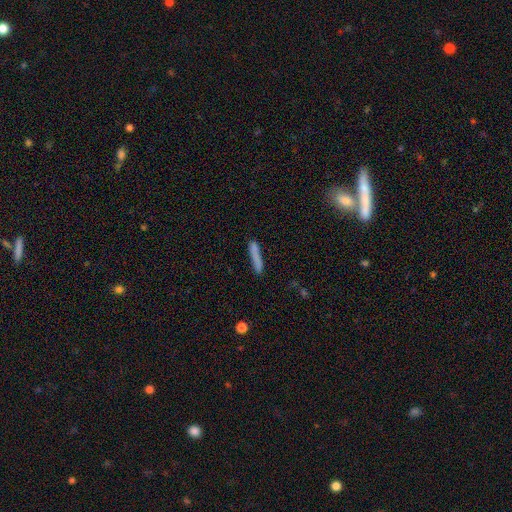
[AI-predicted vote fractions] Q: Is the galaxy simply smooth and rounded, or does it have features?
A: smooth — 78%.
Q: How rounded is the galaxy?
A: cigar-shaped — 93%.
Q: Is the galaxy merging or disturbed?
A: none — 78%.